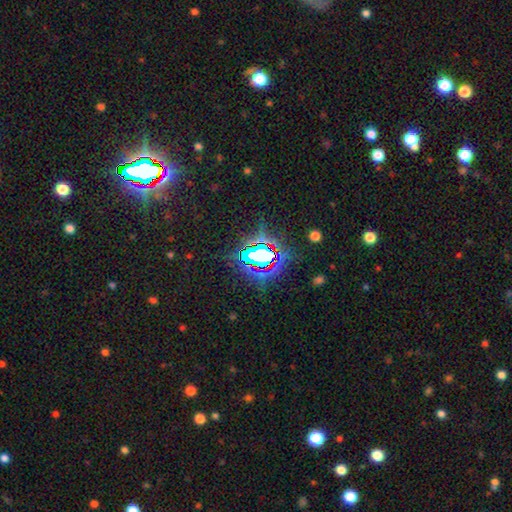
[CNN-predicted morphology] This is clearly a star or artifact rather than a galaxy (81%).